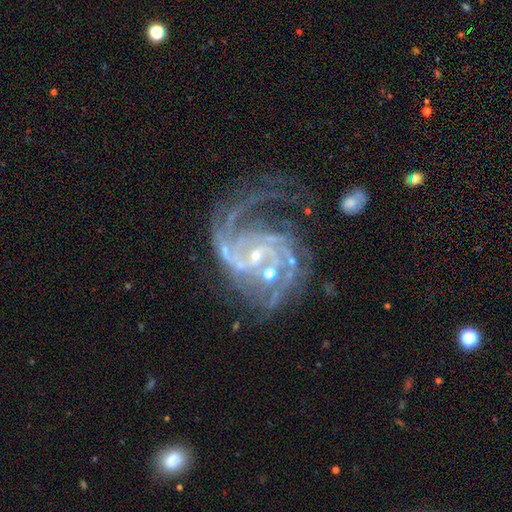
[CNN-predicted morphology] Smooth or featured? featured or disk (90%)
Edge-on disk? no (98%)
Bar? no (50%)
Spiral arms? yes (97%)
Spiral winding? medium (47%)
Spiral arm count? 2 (32%)
Bulge size? small (78%)
Merging? none (38%)